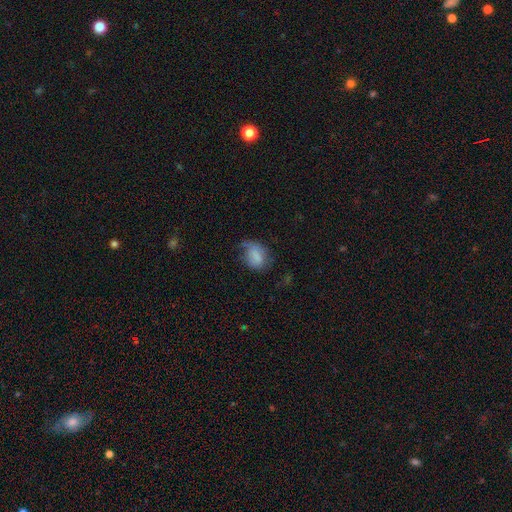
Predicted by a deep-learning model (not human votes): Overall: smooth (68%). How rounded: in between (68%; round 31%). Merging: none (36%; minor disturbance 33%).